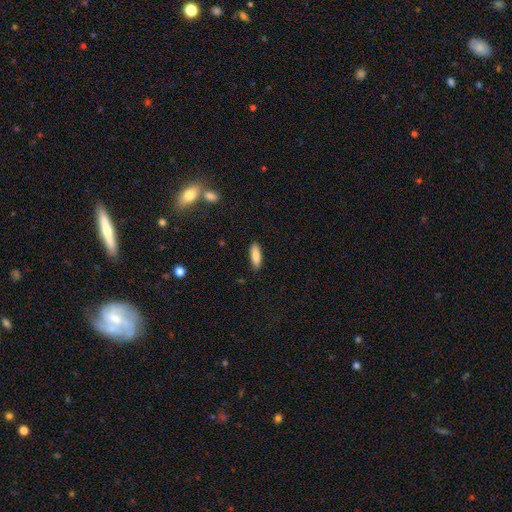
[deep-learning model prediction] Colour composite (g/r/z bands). It shows a smooth galaxy with no disk features (85%) that is in between round and cigar-shaped (52%). Merging: none (88%).